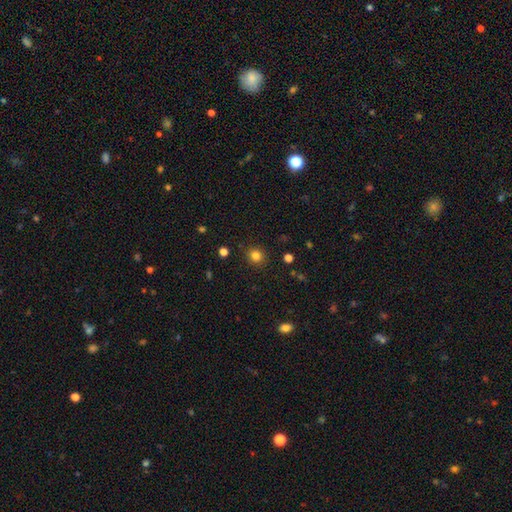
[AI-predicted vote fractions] Smooth or featured? Predicted: smooth (p=0.82). How rounded? Predicted: round (p=0.86). Merging? Predicted: none (p=0.89).